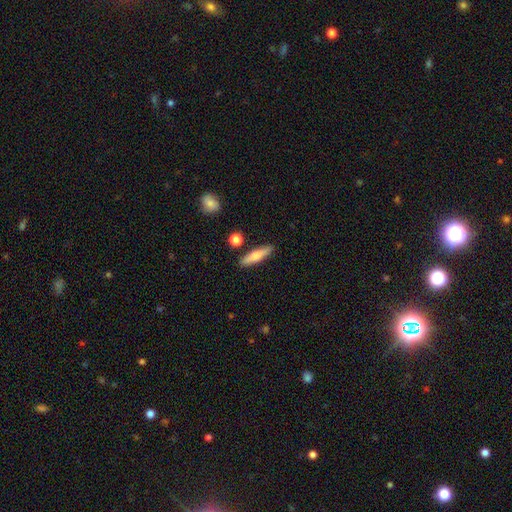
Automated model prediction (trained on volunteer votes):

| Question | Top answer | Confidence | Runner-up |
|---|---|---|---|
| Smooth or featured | smooth | 69% | featured or disk (25%) |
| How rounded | cigar-shaped | 76% | in between (21%) |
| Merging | none | 86% | minor disturbance (8%) |